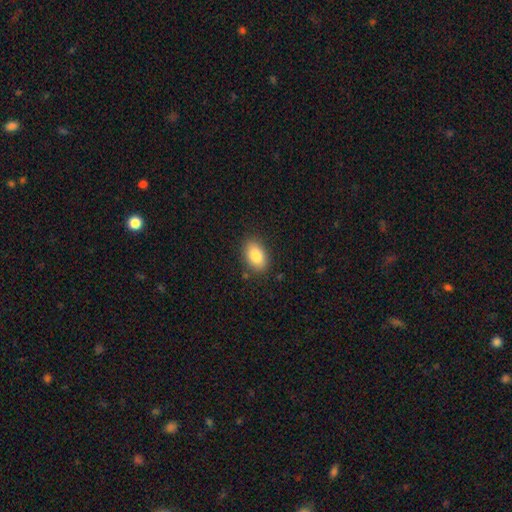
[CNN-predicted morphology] A smooth galaxy with no disk features (84%) that is in between round and cigar-shaped (88%). Merging: none (85%).